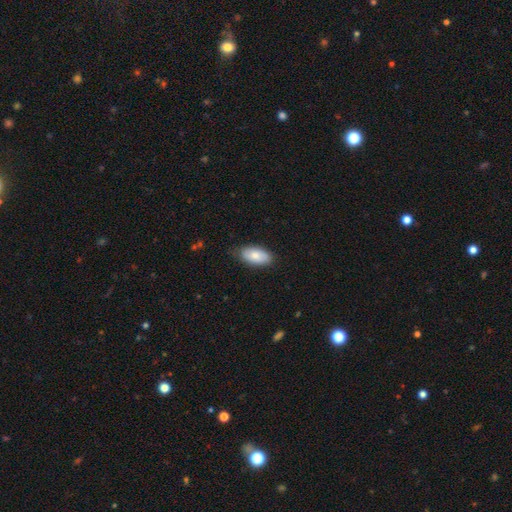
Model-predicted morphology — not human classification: Smooth or featured? Predicted: smooth (p=0.79). How rounded? Predicted: in between (p=0.93). Merging? Predicted: none (p=0.80).